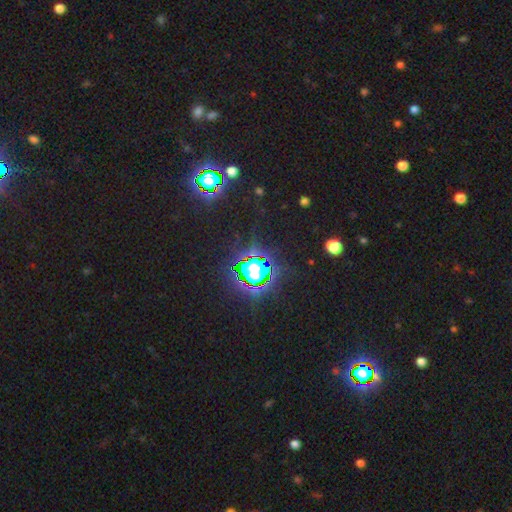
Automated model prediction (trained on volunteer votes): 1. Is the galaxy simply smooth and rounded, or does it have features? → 82% star or artifact, 11% smooth, 7% featured or disk.